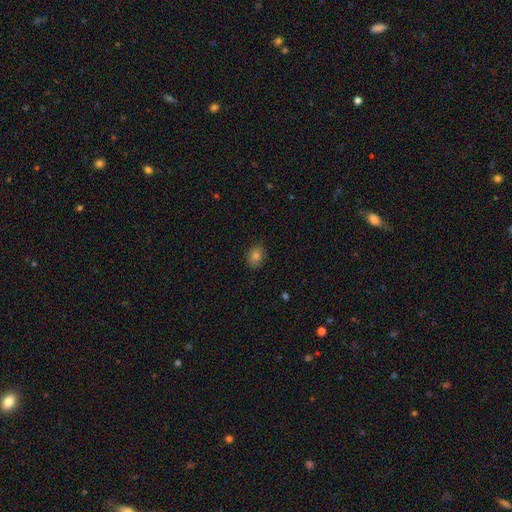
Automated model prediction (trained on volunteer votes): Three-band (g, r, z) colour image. It shows a smooth galaxy with no disk features (79%) that is in between round and cigar-shaped (52%). Merging: none (86%).